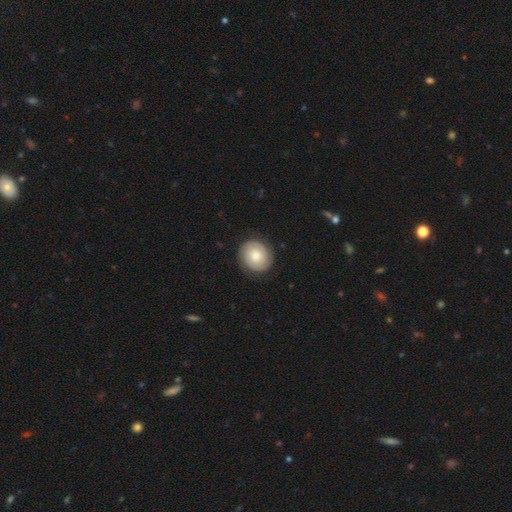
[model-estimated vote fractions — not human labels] A featured or disk galaxy (51%).

Vote fractions:
- Smooth or featured? featured or disk: 51% / smooth: 42% / star or artifact: 7%
- Edge-on disk? no: 98% / yes: 2%
- Merging? none: 86% / minor disturbance: 10% / major disturbance: 3% / merger: 1%